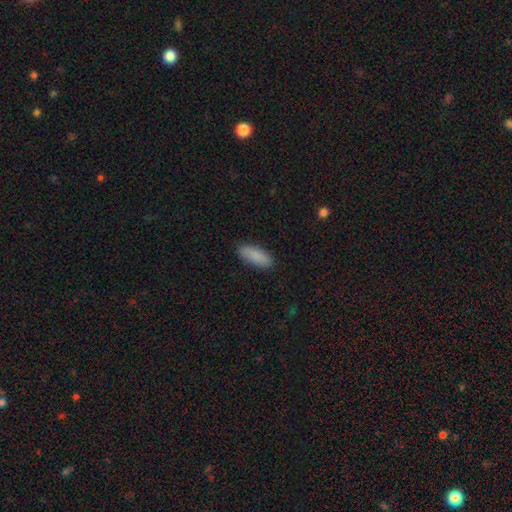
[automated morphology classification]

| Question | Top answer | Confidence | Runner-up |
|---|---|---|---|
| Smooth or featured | smooth | 89% | star or artifact (6%) |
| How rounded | in between | 73% | cigar-shaped (25%) |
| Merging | none | 88% | minor disturbance (9%) |